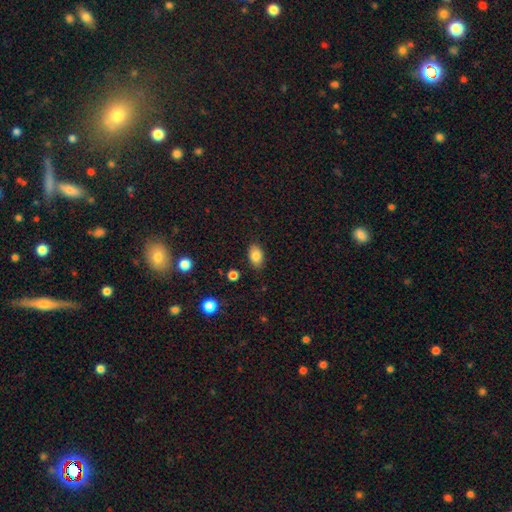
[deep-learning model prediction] Overall: smooth (85%). How rounded: in between (88%). Merging: none (86%).